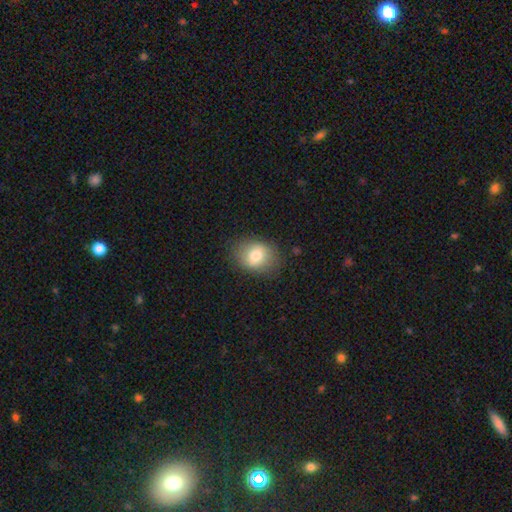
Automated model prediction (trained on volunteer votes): smooth_or_featured: smooth (p=0.75) [alt: featured or disk p=0.17]
how_rounded: in between (p=0.57) [alt: round p=0.42]
merging: none (p=0.80) [alt: minor disturbance p=0.14]